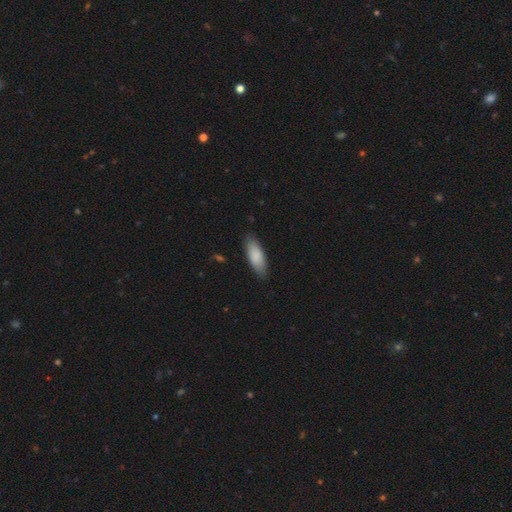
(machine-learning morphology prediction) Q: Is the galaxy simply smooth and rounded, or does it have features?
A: smooth — 86%.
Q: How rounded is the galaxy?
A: in between — 69%.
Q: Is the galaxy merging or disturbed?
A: none — 84%.